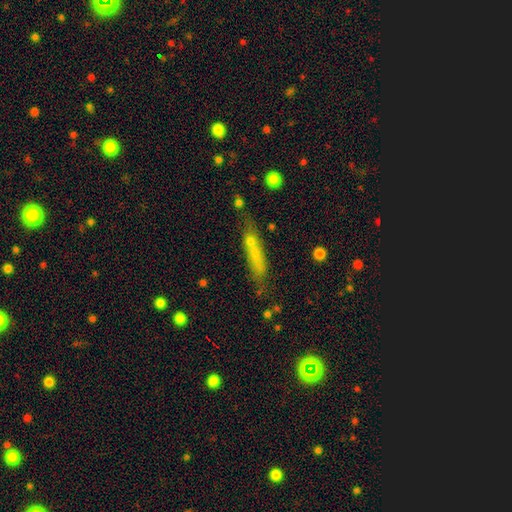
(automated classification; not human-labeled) smooth_or_featured: smooth (p=0.62) [alt: featured or disk p=0.26]
how_rounded: cigar-shaped (p=0.80) [alt: in between p=0.17]
merging: none (p=0.56) [alt: minor disturbance p=0.20]